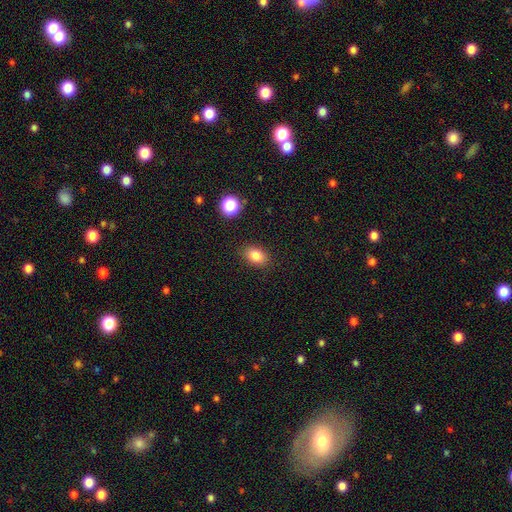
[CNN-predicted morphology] Smooth or featured? Predicted: smooth (p=0.83). How rounded? Predicted: in between (p=0.76). Merging? Predicted: none (p=0.86).